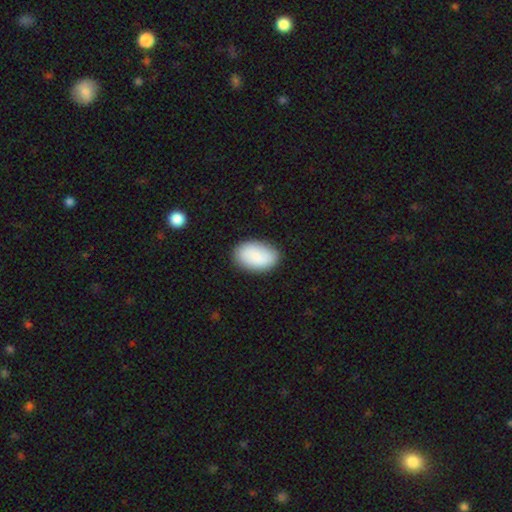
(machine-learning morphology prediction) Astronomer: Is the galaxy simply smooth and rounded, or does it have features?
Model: smooth — 85%.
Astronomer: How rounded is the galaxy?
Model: in between — 92%.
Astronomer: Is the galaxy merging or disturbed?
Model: none — 86%.